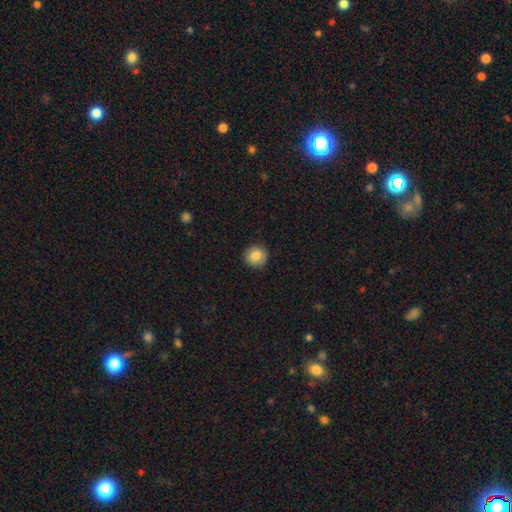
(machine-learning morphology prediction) Smooth or featured?
  - smooth: 83% *
  - featured or disk: 9%
  - star or artifact: 9%
How rounded?
  - round: 91% *
  - in between: 8%
  - cigar-shaped: 1%
Merging?
  - none: 90% *
  - minor disturbance: 7%
  - major disturbance: 2%
  - merger: 1%